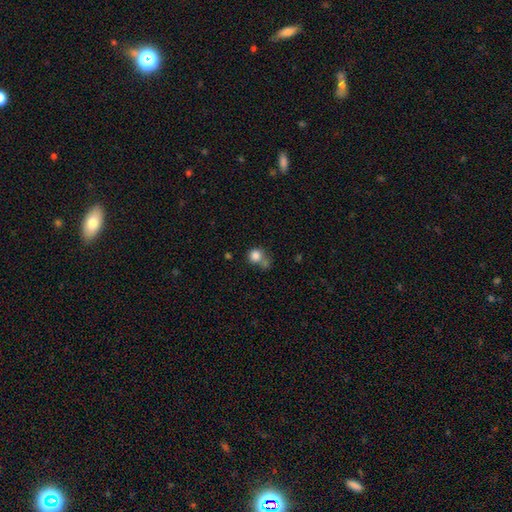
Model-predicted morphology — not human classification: Smooth or featured? Predicted: smooth (p=0.83). How rounded? Predicted: round (p=0.87). Merging? Predicted: none (p=0.48).